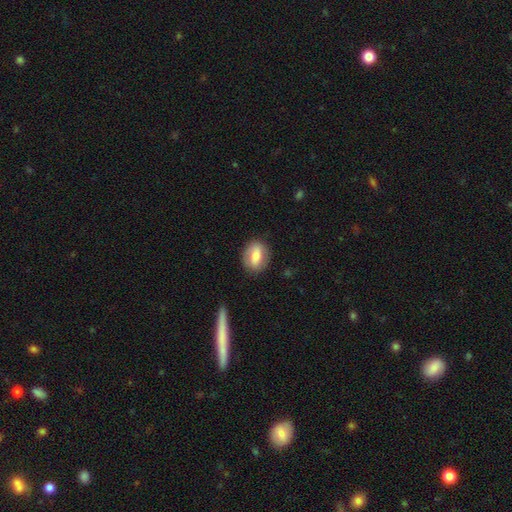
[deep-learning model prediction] Smooth or featured? smooth (70%)
How rounded? in between (72%)
Merging? none (82%)